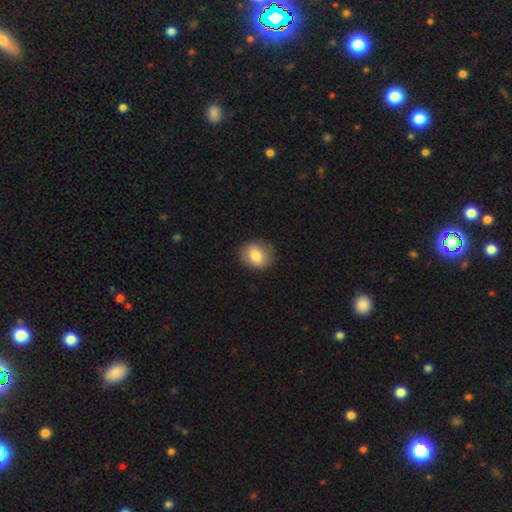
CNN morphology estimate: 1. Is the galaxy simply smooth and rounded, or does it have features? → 80% smooth, 12% featured or disk, 8% star or artifact.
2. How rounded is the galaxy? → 54% round, 44% in between, 1% cigar-shaped.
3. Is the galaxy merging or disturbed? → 85% none, 11% minor disturbance, 3% major disturbance, 1% merger.